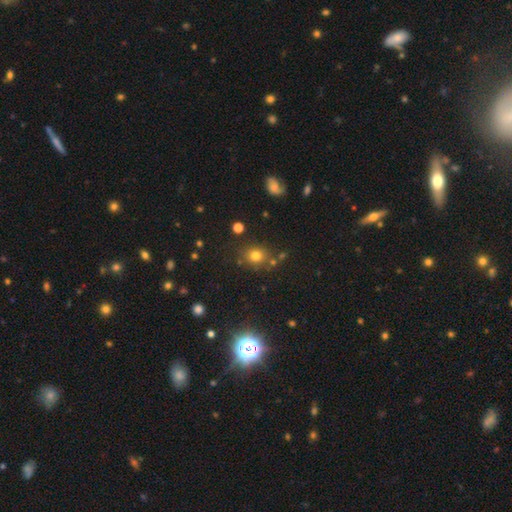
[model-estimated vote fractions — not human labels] Overall: smooth (74%). How rounded: round (68%; in between 30%). Merging: none (76%).